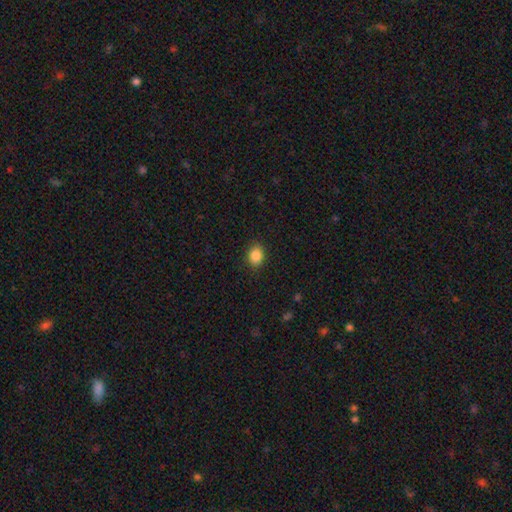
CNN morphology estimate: The model was most divided on "how rounded": in between: 60%, round: 39%, cigar-shaped: 1%. More confident: merging — none (88%); smooth or featured — smooth (87%).